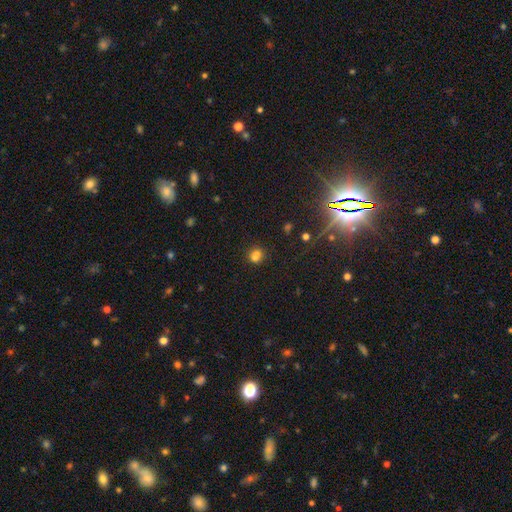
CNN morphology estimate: A smooth galaxy with no disk features (76%) that is round (59%).

Vote fractions:
- Smooth or featured? smooth: 76% / star or artifact: 17% / featured or disk: 6%
- How rounded? round: 59% / in between: 40% / cigar-shaped: 2%
- Merging? none: 68% / merger: 14% / minor disturbance: 13% / major disturbance: 4%